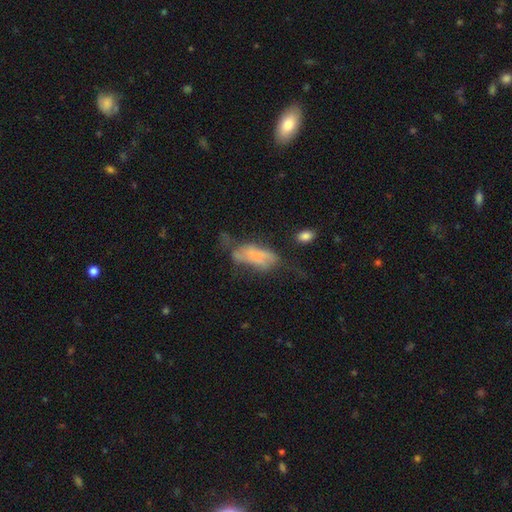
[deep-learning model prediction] A smooth galaxy with no disk features (53%) that is in between round and cigar-shaped (78%). Merging: major disturbance (41%).